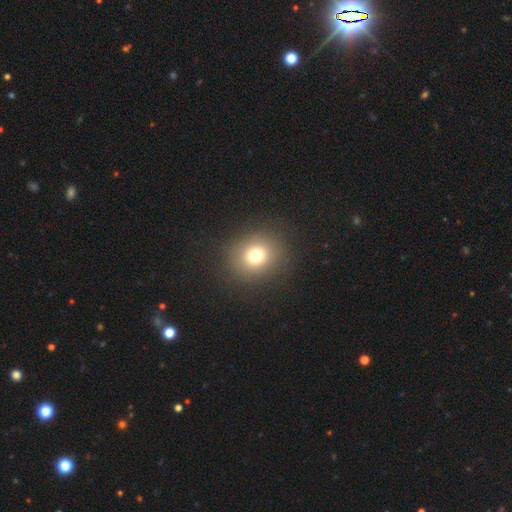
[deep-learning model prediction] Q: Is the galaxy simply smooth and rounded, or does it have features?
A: smooth — 74%.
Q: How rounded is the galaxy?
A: round — 80%.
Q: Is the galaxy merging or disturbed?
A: none — 88%.